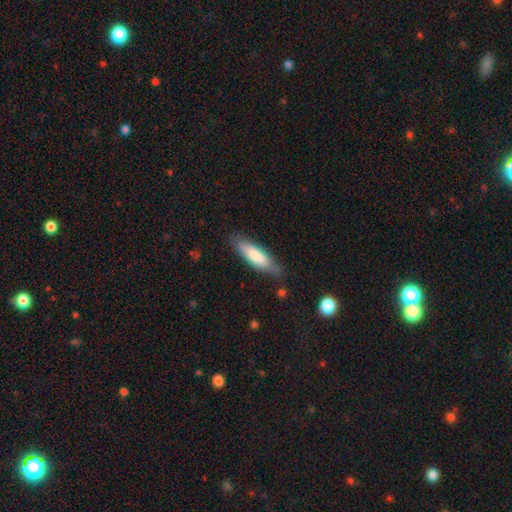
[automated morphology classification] A smooth galaxy with no disk features (79%) that is cigar-shaped (56%). Merging: none (76%).